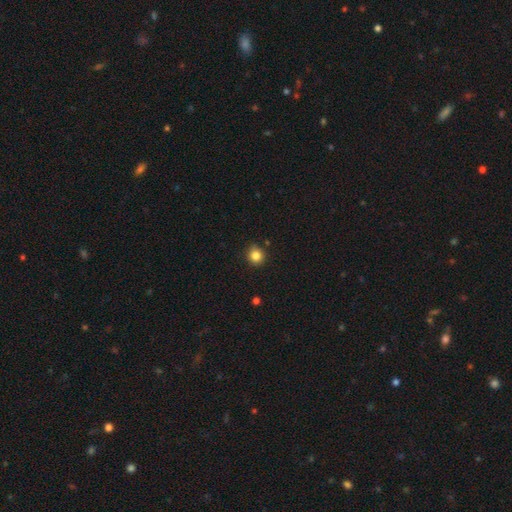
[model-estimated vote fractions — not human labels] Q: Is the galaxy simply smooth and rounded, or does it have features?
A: smooth — 84%.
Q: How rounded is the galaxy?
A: round — 91%.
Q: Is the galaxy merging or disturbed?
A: none — 85%.